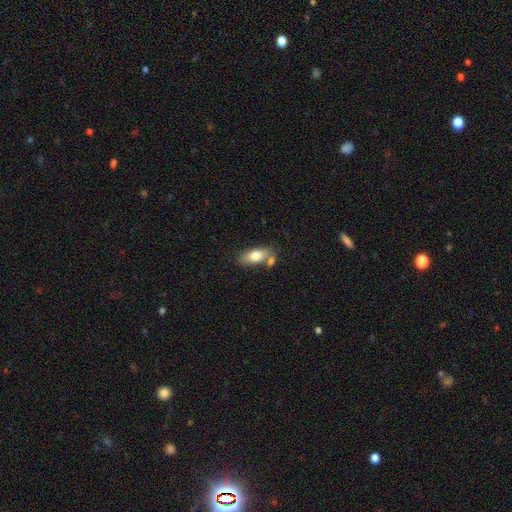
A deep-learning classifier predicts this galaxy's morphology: Q: Smooth or featured?
A: smooth (76%); runner-up: featured or disk (17%)
Q: How rounded?
A: in between (86%); runner-up: cigar-shaped (10%)
Q: Merging?
A: none (54%); runner-up: merger (26%)